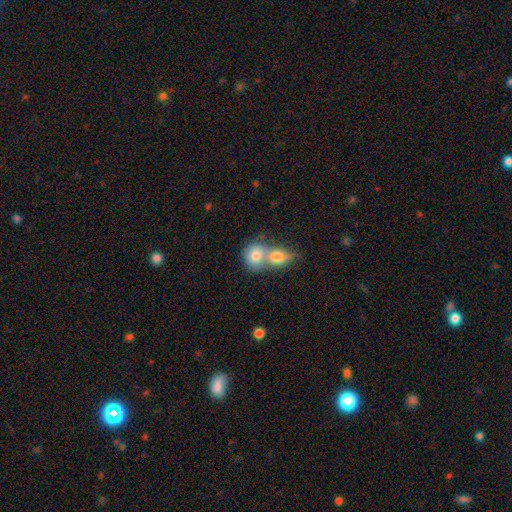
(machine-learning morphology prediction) The model was most divided on "how rounded": round: 66%, in between: 33%, cigar-shaped: 1%. More confident: smooth or featured — smooth (79%); merging — merger (69%).